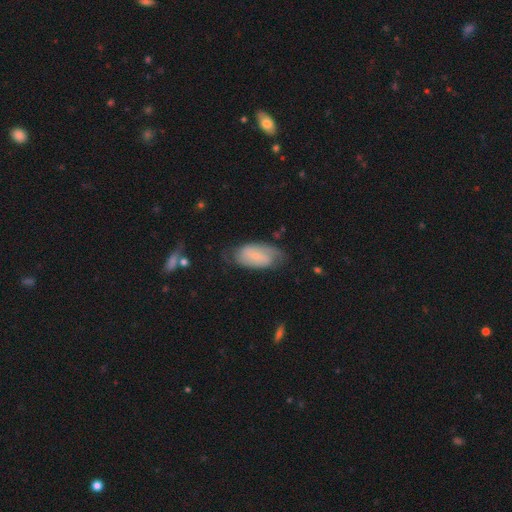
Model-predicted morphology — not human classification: The model was most divided on "bar": no: 44%, weak: 39%, strong: 17%. More confident: edge-on disk — no (94%); spiral arms — yes (84%); bulge size — small (73%); merging — none (61%); smooth or featured — featured or disk (56%).